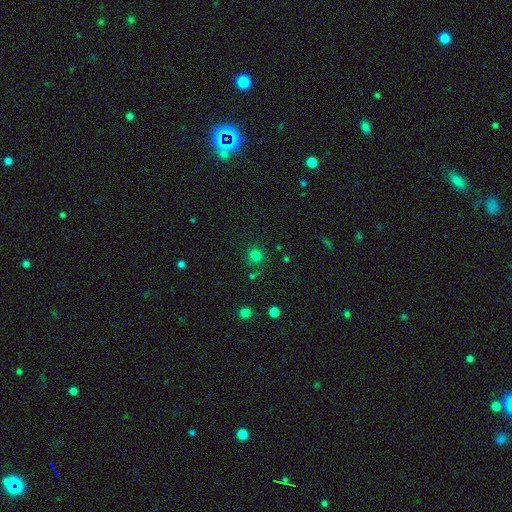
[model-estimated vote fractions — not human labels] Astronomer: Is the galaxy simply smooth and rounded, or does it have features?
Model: smooth — 77%.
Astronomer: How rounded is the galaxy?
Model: round — 92%.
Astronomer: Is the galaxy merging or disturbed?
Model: none — 81%.